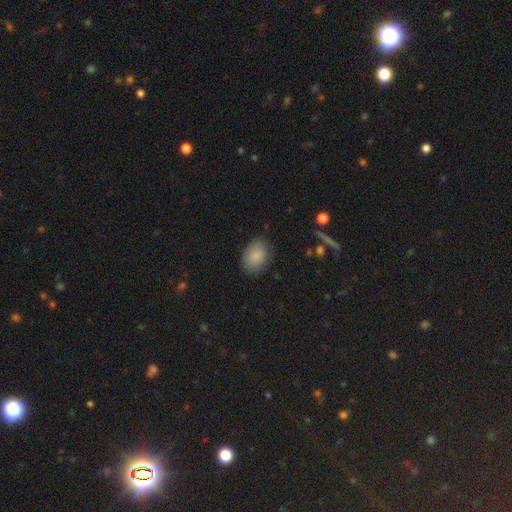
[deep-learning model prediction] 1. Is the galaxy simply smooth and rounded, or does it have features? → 87% smooth, 8% star or artifact, 5% featured or disk.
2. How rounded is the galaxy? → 78% in between, 21% round, 1% cigar-shaped.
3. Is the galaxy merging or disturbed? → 83% none, 13% minor disturbance, 3% major disturbance, 1% merger.